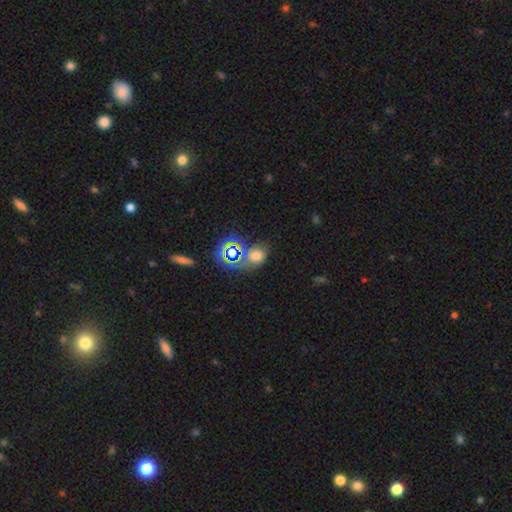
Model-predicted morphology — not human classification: Smooth or featured? smooth (59%)
How rounded? round (56%)
Merging? none (55%)